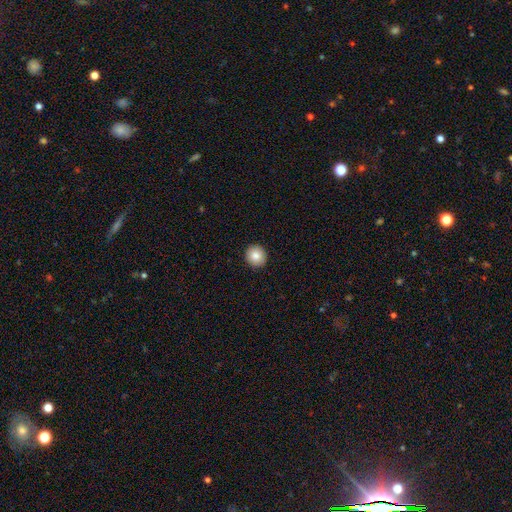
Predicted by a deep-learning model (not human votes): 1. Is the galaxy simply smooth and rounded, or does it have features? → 85% smooth, 8% star or artifact, 7% featured or disk.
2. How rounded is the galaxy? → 88% round, 11% in between, 1% cigar-shaped.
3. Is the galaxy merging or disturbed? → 93% none, 5% minor disturbance, 1% major disturbance, 1% merger.